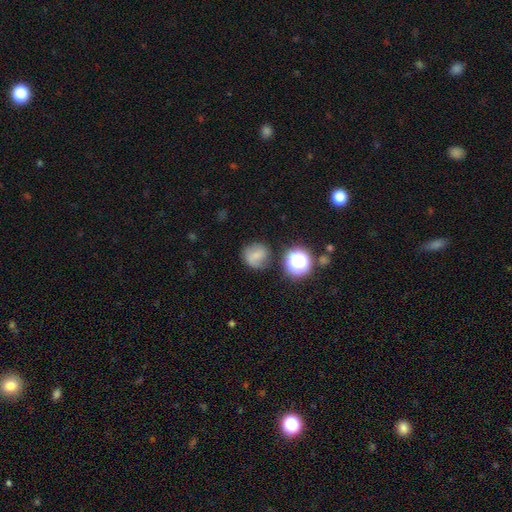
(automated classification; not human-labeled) This is likely a smooth galaxy (64%). How rounded: clearly round (85%). Merging: likely none (70%).